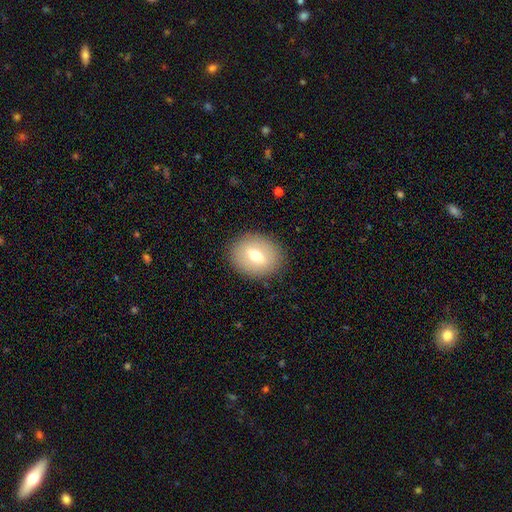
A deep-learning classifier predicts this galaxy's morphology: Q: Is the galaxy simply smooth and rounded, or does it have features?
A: smooth — 56%.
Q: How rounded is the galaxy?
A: round — 59%.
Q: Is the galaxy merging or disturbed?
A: none — 87%.